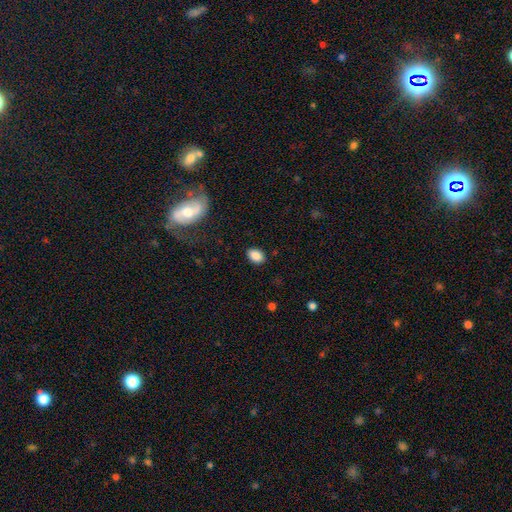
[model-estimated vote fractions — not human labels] Morphology: type=smooth (87%); roundness=in between (82%); merging=none (87%).